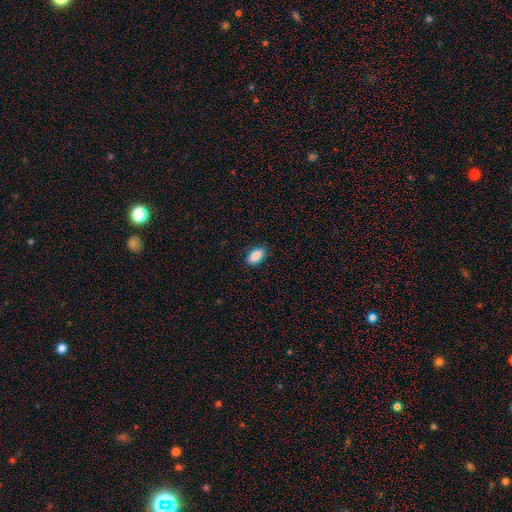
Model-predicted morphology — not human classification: smooth 88%, star or artifact 7%, featured or disk 5%. Down the decision tree: how rounded — in between (92%); merging — none (85%).